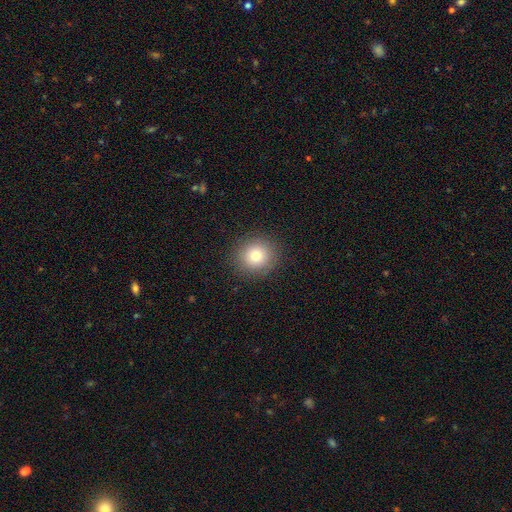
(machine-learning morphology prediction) This appears to be a smooth galaxy with no disk features (77%) that is round (92%). Merging: none (90%).